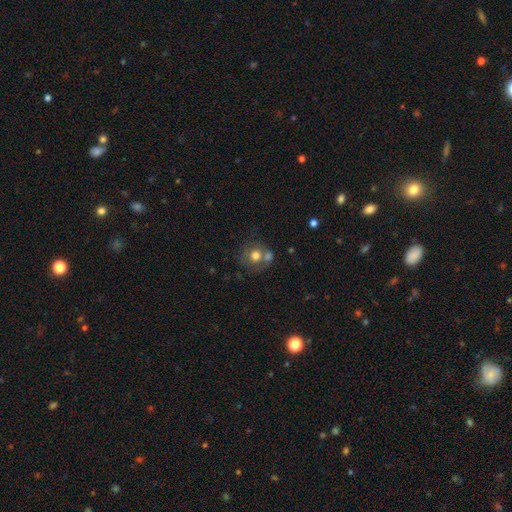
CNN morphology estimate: A smooth galaxy with no disk features (66%) that is round (82%). Merging: none (48%).